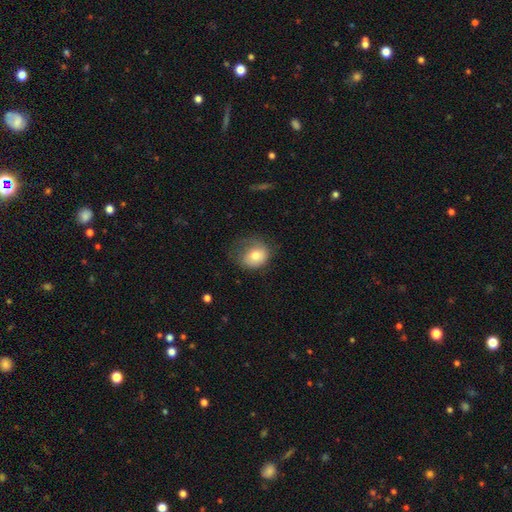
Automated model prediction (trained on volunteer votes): Smooth or featured: smooth — 75% (featured or disk — 17%)
How rounded: round — 50% (in between — 49%)
Merging: none — 42% (minor disturbance — 31%)